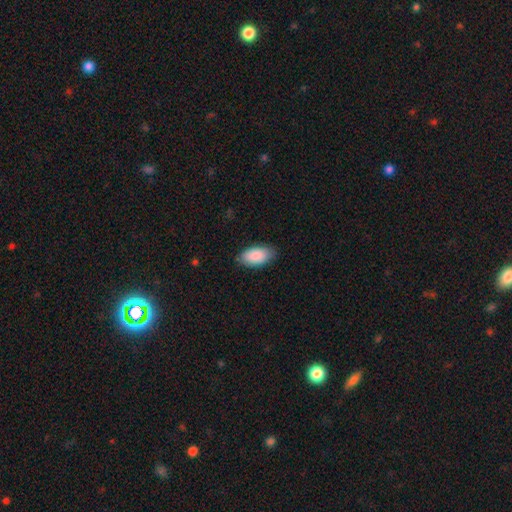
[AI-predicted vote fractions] smooth_or_featured: smooth (p=0.89) [alt: star or artifact p=0.06]
how_rounded: in between (p=0.95) [alt: cigar-shaped p=0.03]
merging: none (p=0.83) [alt: minor disturbance p=0.14]